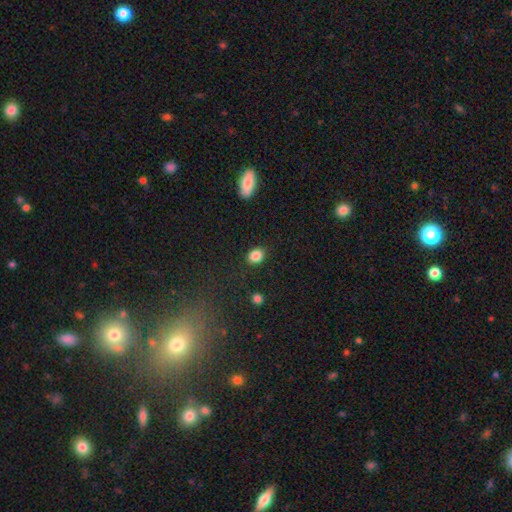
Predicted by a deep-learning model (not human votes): Morphology: type=smooth (85%); roundness=round (52%); merging=none (86%).